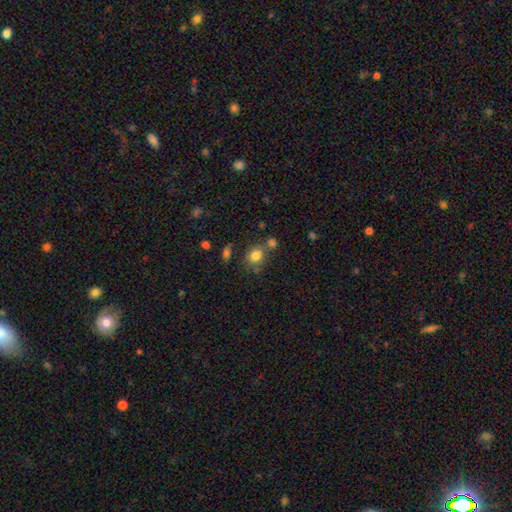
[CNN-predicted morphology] A smooth galaxy with no disk features (81%) that is round (64%).

Vote fractions:
- Smooth or featured? smooth: 81% / star or artifact: 11% / featured or disk: 8%
- How rounded? round: 64% / in between: 35% / cigar-shaped: 1%
- Merging? none: 65% / merger: 16% / minor disturbance: 14% / major disturbance: 5%